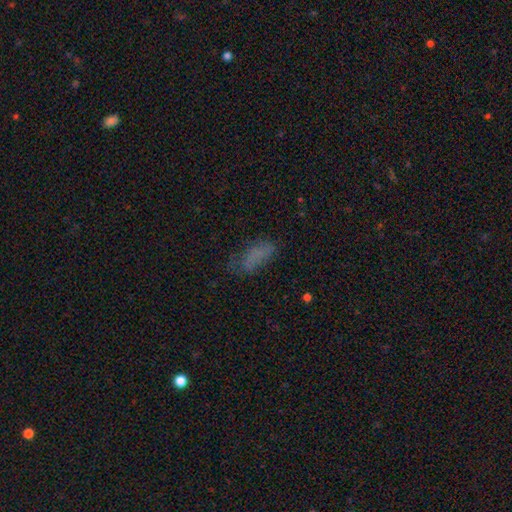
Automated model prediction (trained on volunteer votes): This appears to be a smooth galaxy with no disk features (66%) that is in between round and cigar-shaped (77%). Merging: none (51%).